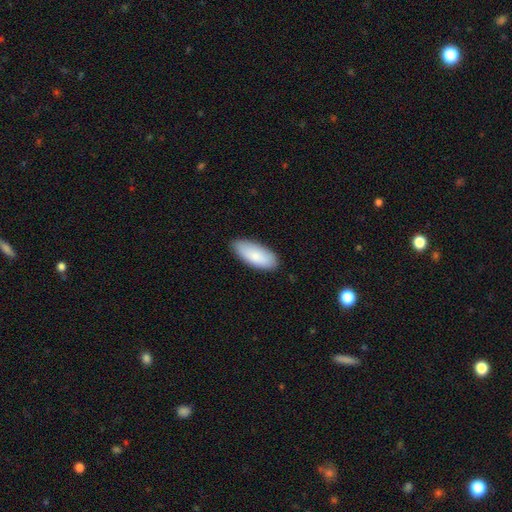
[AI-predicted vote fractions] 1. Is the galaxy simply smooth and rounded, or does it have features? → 84% smooth, 10% featured or disk, 6% star or artifact.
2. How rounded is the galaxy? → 86% in between, 12% cigar-shaped, 2% round.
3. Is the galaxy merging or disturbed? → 85% none, 12% minor disturbance, 2% major disturbance, 1% merger.